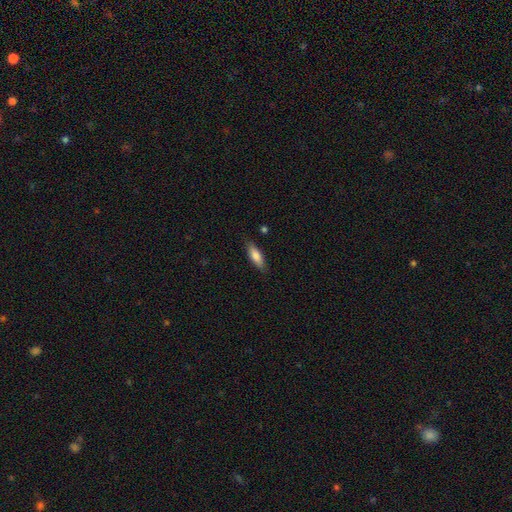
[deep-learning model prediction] smooth_or_featured: smooth (p=0.79) [alt: featured or disk p=0.15]
how_rounded: in between (p=0.51) [alt: cigar-shaped p=0.47]
merging: none (p=0.84) [alt: minor disturbance p=0.12]